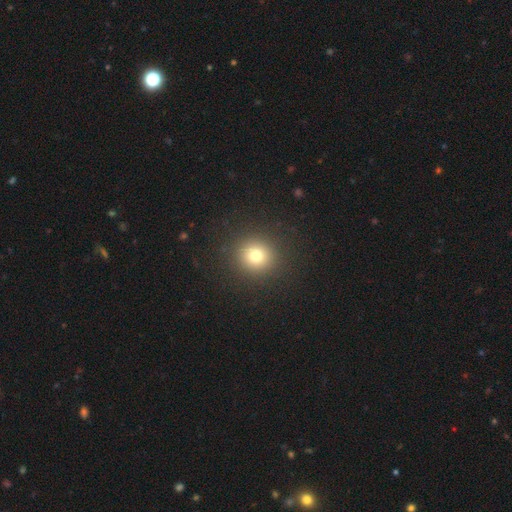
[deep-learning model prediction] smooth 75%, star or artifact 16%, featured or disk 9%. Down the decision tree: how rounded — round (91%); merging — none (90%).